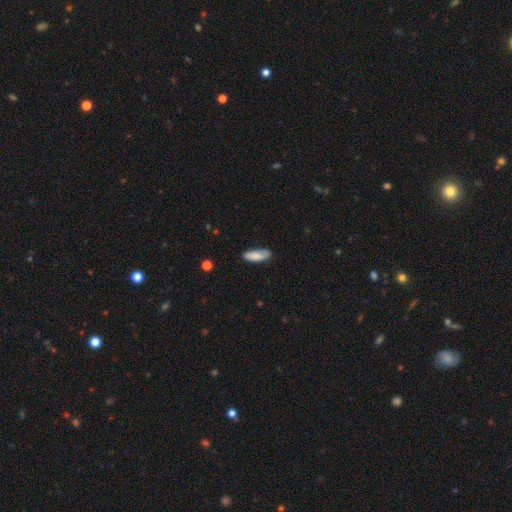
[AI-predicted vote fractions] Smooth or featured? Predicted: smooth (p=0.82). How rounded? Predicted: in between (p=0.65). Merging? Predicted: none (p=0.74).